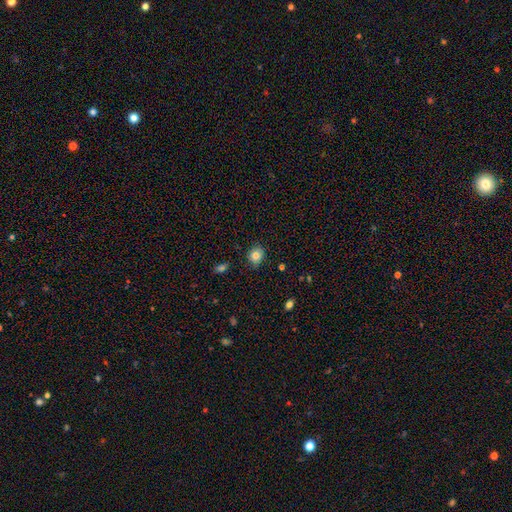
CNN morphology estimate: smooth-or-featured: smooth: 81% | star or artifact: 10% | featured or disk: 9%
  how-rounded: round: 64% | in between: 35% | cigar-shaped: 1%
  merging: none: 83% | minor disturbance: 13% | major disturbance: 2% | merger: 1%